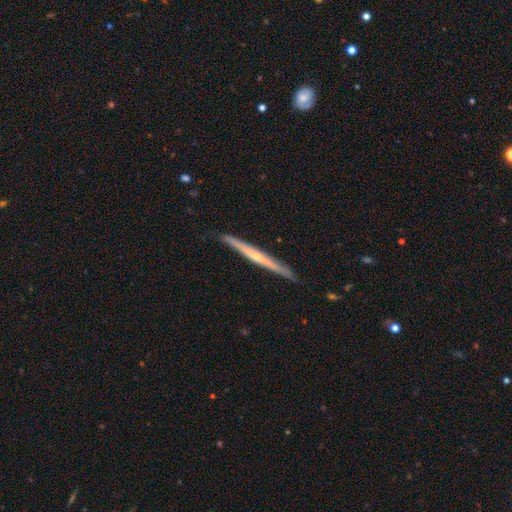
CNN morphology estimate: Smooth or featured?
  - featured or disk: 67% *
  - smooth: 28%
  - star or artifact: 5%
Edge-on disk?
  - yes: 97% *
  - no: 3%
Edge-on bulge?
  - rounded: 50% *
  - none: 45%
  - boxy: 5%
Merging?
  - none: 89% *
  - minor disturbance: 8%
  - major disturbance: 1%
  - merger: 1%